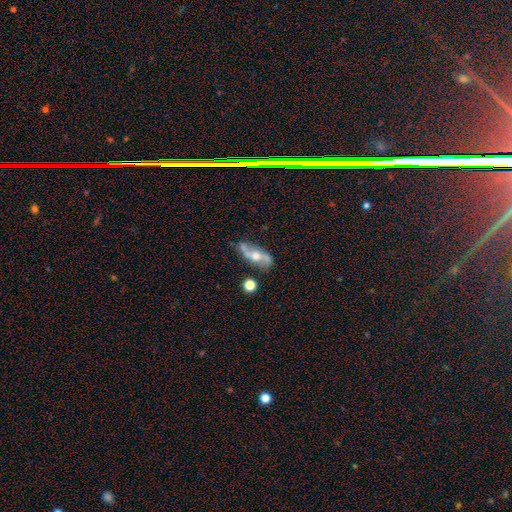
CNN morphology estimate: smooth-or-featured: featured or disk: 64% | smooth: 28% | star or artifact: 8%
  disk-edge-on: no: 83% | yes: 17%
    bar: no: 60% | weak: 28% | strong: 12%
    has-spiral-arms: yes: 67% | no: 33%
    bulge-size: moderate: 66% | small: 18% | large: 12% | none: 3% | dominant: 2%
  merging: none: 54% | minor disturbance: 23% | merger: 13% | major disturbance: 10%